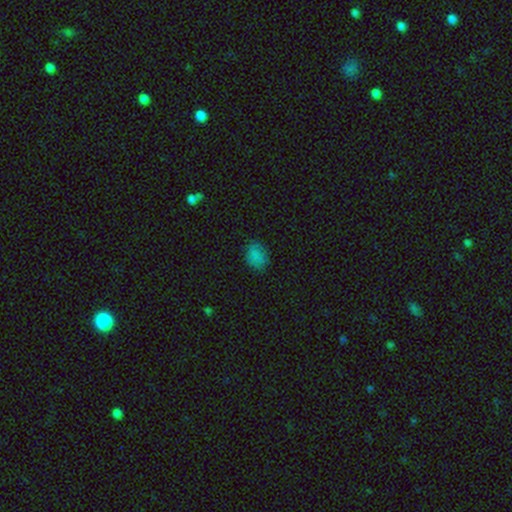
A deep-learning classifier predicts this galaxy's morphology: The model was most divided on "how rounded": in between: 64%, round: 35%, cigar-shaped: 1%. More confident: smooth or featured — smooth (81%); merging — none (76%).